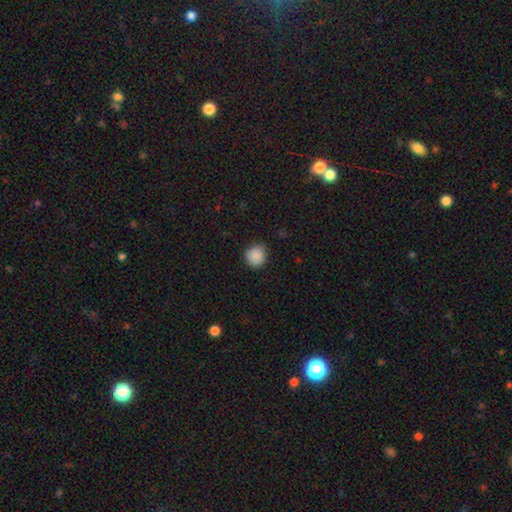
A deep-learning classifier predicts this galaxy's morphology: Smooth or featured?
  - smooth: 88% *
  - star or artifact: 9%
  - featured or disk: 3%
How rounded?
  - round: 90% *
  - in between: 9%
  - cigar-shaped: 1%
Merging?
  - none: 86% *
  - minor disturbance: 11%
  - major disturbance: 3%
  - merger: 1%